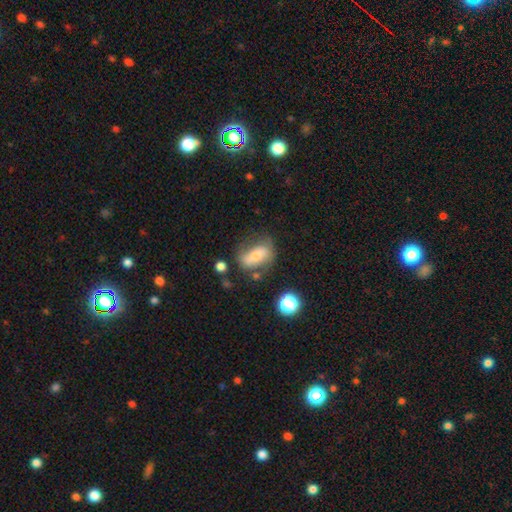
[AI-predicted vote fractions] Overall: smooth (52%; featured or disk 38%). How rounded: in between (78%). Merging: none (52%; minor disturbance 25%).